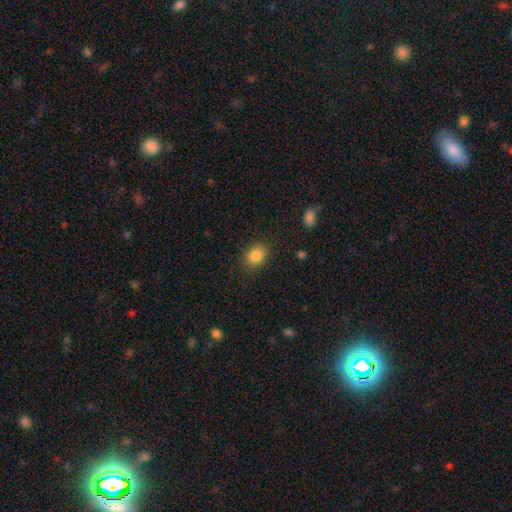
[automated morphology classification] smooth-or-featured: smooth: 85% | star or artifact: 10% | featured or disk: 5%
  how-rounded: in between: 53% | round: 46% | cigar-shaped: 1%
  merging: none: 85% | minor disturbance: 11% | major disturbance: 3% | merger: 1%